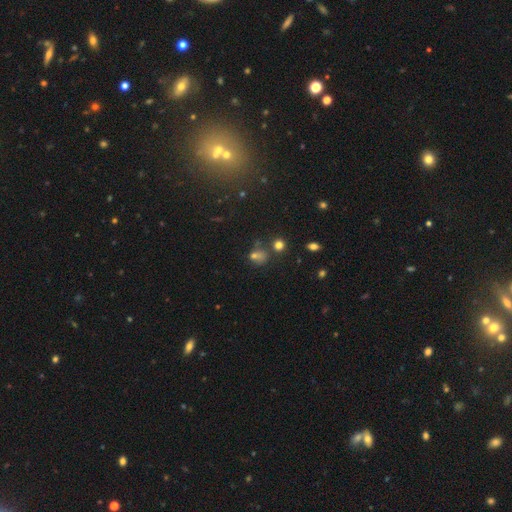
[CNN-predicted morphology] smooth 52%, star or artifact 35%, featured or disk 13%. Down the decision tree: how rounded — round (63%); merging — none (55%).